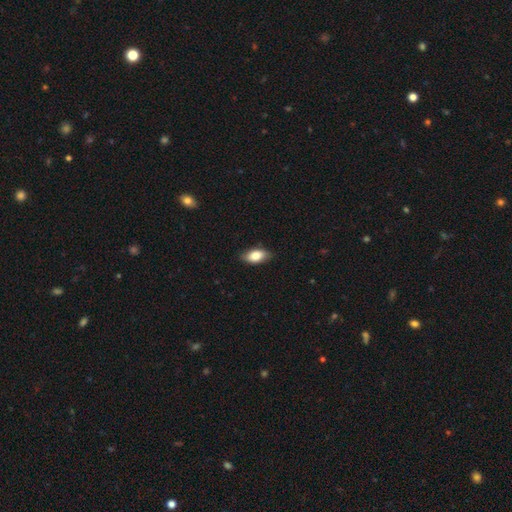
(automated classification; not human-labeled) A smooth galaxy with no disk features (81%) that is in between round and cigar-shaped (90%).

Vote fractions:
- Smooth or featured? smooth: 81% / featured or disk: 12% / star or artifact: 7%
- How rounded? in between: 90% / cigar-shaped: 5% / round: 5%
- Merging? none: 82% / minor disturbance: 14% / major disturbance: 2% / merger: 1%